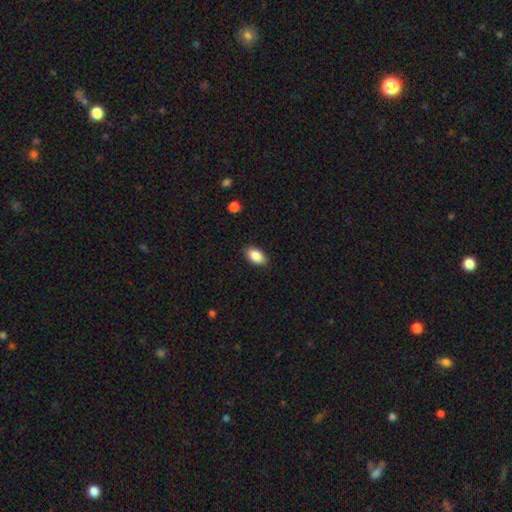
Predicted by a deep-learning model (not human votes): A smooth galaxy with no disk features (87%) that is in between round and cigar-shaped (92%). Merging: none (88%).